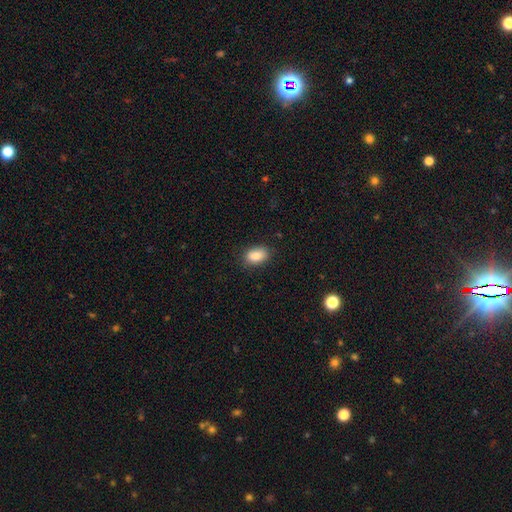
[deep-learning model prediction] The model was most divided on "merging": none: 84%, minor disturbance: 12%, major disturbance: 3%, merger: 1%. More confident: how rounded — in between (88%); smooth or featured — smooth (87%).